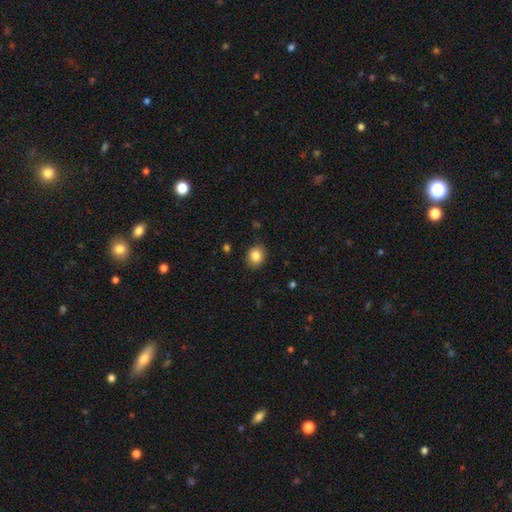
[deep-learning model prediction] Smooth or featured? smooth (85%)
How rounded? round (61%)
Merging? none (88%)